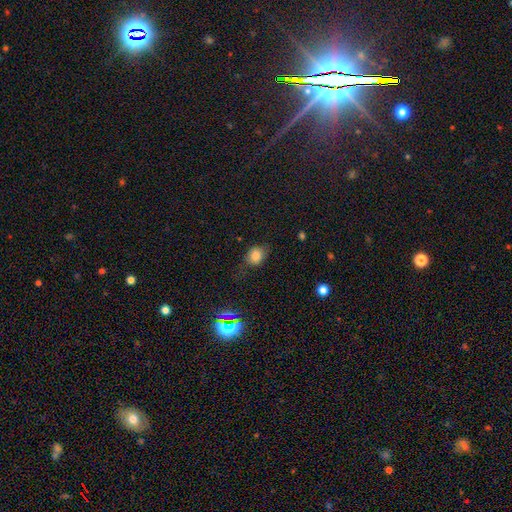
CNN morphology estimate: type=smooth (78%); roundness=in between (50%); merging=none (67%).